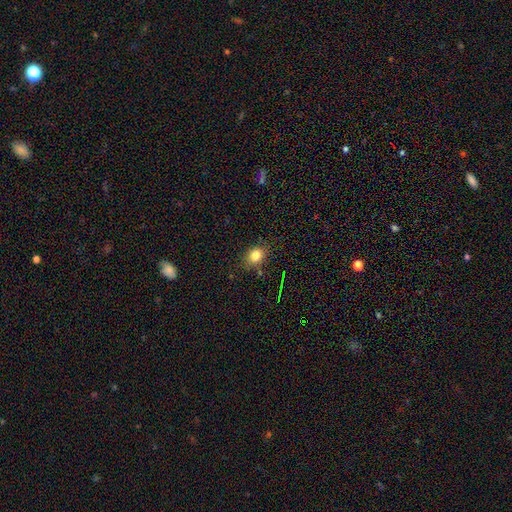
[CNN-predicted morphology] Smooth or featured? Predicted: smooth (p=0.80). How rounded? Predicted: in between (p=0.55). Merging? Predicted: none (p=0.78).